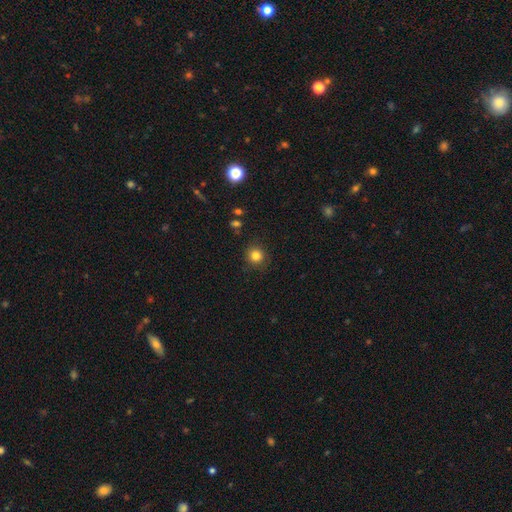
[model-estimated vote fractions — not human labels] A smooth galaxy with no disk features (83%) that is round (93%). Merging: none (89%).